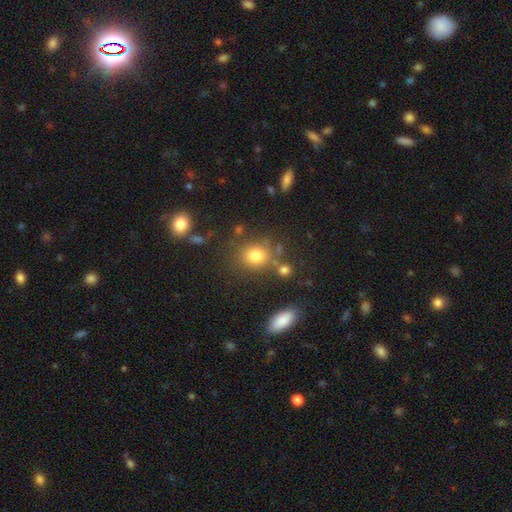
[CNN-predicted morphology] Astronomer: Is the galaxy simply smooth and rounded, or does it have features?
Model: smooth — 78%.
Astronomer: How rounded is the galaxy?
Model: round — 70%.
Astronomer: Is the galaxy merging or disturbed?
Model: none — 72%.